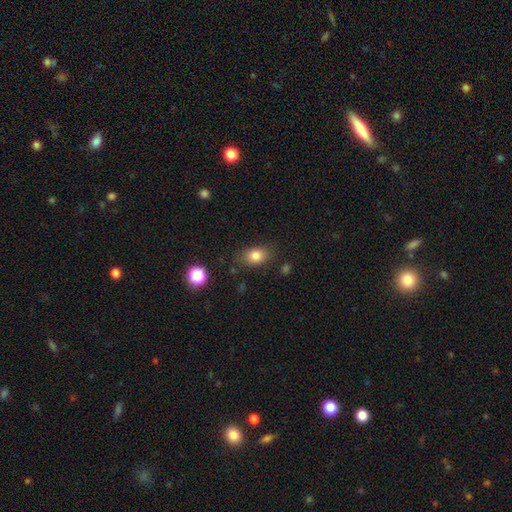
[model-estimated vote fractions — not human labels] A smooth galaxy with no disk features (81%) that is in between round and cigar-shaped (75%).

Vote fractions:
- Smooth or featured? smooth: 81% / star or artifact: 10% / featured or disk: 8%
- How rounded? in between: 75% / round: 23% / cigar-shaped: 1%
- Merging? none: 81% / minor disturbance: 13% / major disturbance: 4% / merger: 2%